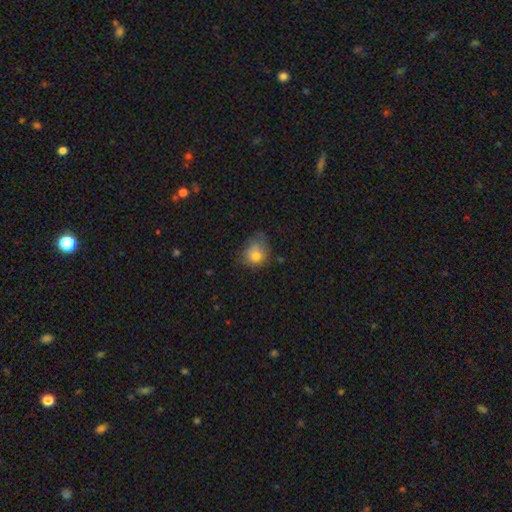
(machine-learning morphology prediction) A smooth galaxy with no disk features (77%) that is round (58%).

Vote fractions:
- Smooth or featured? smooth: 77% / featured or disk: 13% / star or artifact: 11%
- How rounded? round: 58% / in between: 41% / cigar-shaped: 1%
- Merging? none: 42% / minor disturbance: 35% / major disturbance: 19% / merger: 5%